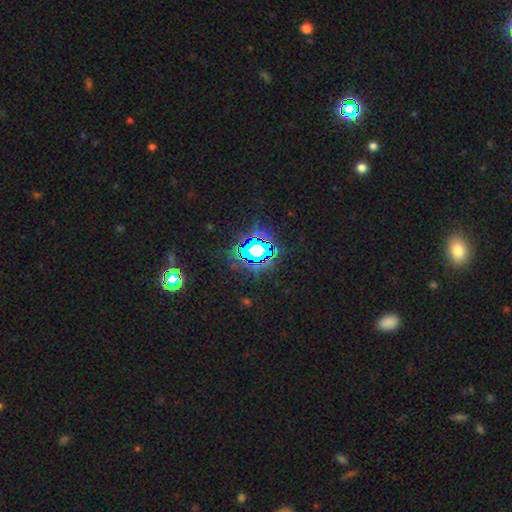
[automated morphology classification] type=star or artifact (72%).